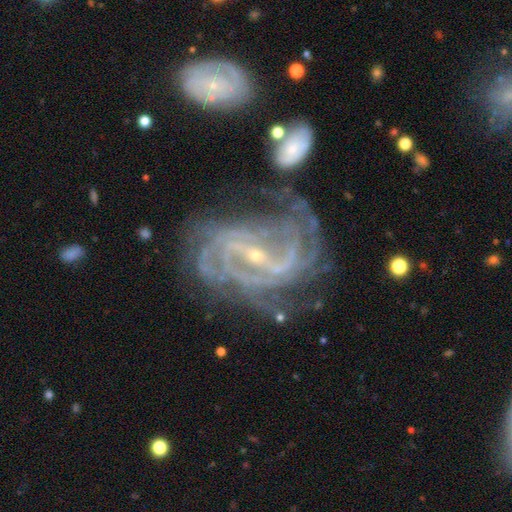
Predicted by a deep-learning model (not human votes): This appears to be a featured or disk galaxy (92%) with a strong bar (57%), 2 (21%, tied with 4 and can't tell) tight (55%) spiral arms (97%) and a small central bulge (79%). Merging: none (56%).